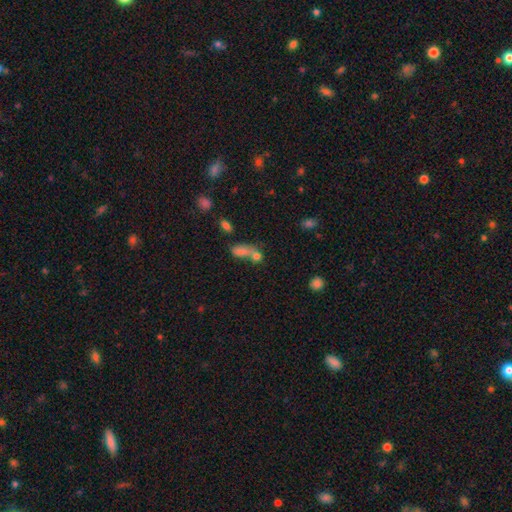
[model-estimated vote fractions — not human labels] Morphology: type=smooth (73%); roundness=in between (62%); merging=merger (55%).